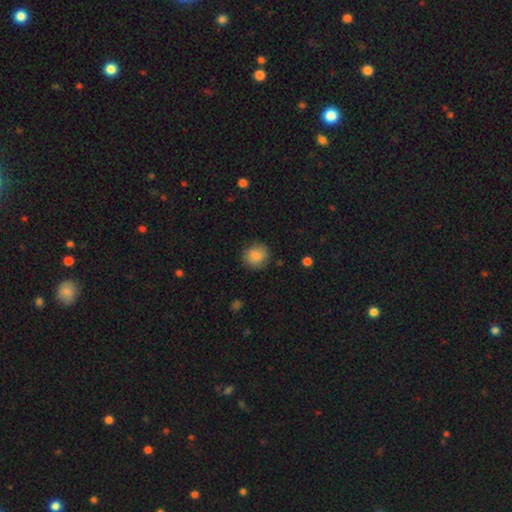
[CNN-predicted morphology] A smooth galaxy with no disk features (85%) that is round (87%).

Vote fractions:
- Smooth or featured? smooth: 85% / star or artifact: 8% / featured or disk: 6%
- How rounded? round: 87% / in between: 12% / cigar-shaped: 1%
- Merging? none: 85% / minor disturbance: 11% / major disturbance: 3% / merger: 1%